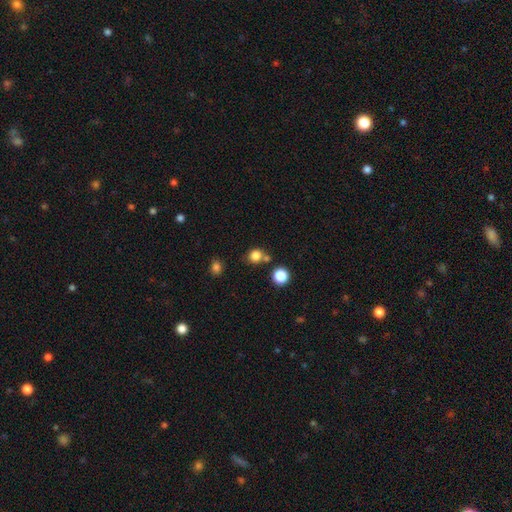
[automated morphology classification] Q: Smooth or featured?
A: smooth (81%); runner-up: star or artifact (14%)
Q: How rounded?
A: round (81%); runner-up: in between (18%)
Q: Merging?
A: none (64%); runner-up: merger (22%)